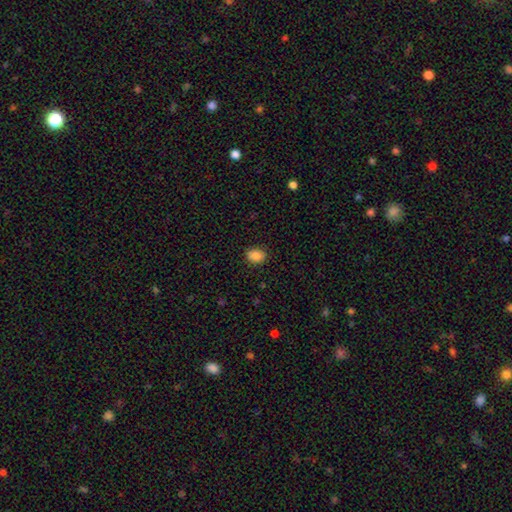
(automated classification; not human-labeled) A smooth galaxy with no disk features (87%) that is in between round and cigar-shaped (73%). Merging: none (88%).